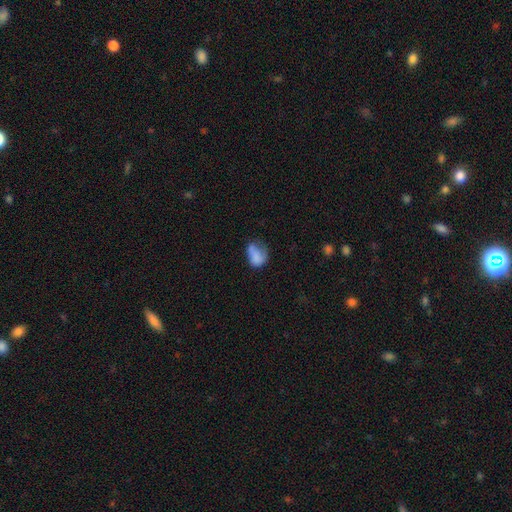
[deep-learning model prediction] Morphology: type=smooth (71%); roundness=in between (75%); merging=minor disturbance (32%).